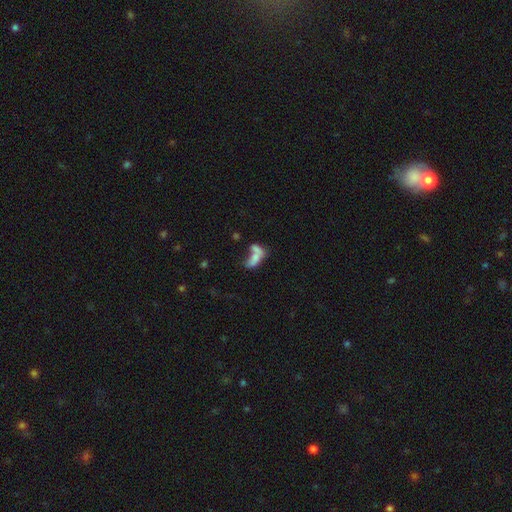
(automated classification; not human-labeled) smooth 63%, featured or disk 25%, star or artifact 11%. Down the decision tree: how rounded — in between (74%); merging — merger (57%).